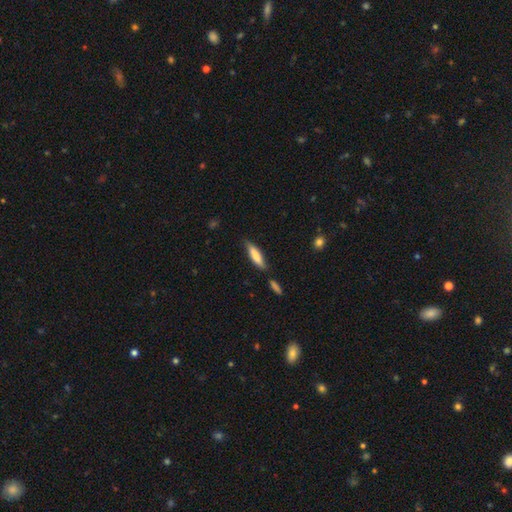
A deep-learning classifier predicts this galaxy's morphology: type=smooth (75%); roundness=cigar-shaped (71%); merging=none (74%).